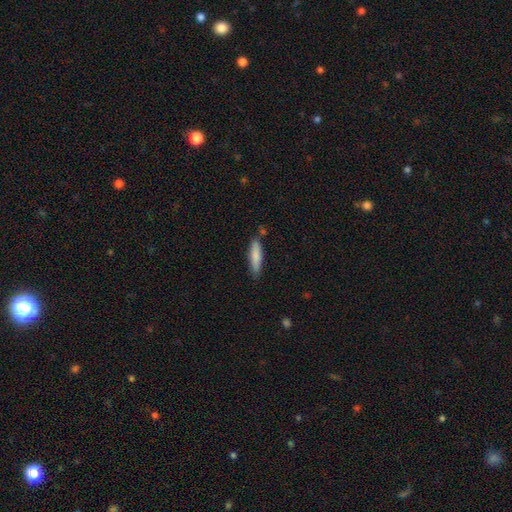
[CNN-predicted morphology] Smooth or featured? Predicted: smooth (p=0.82). How rounded? Predicted: cigar-shaped (p=0.75). Merging? Predicted: none (p=0.77).